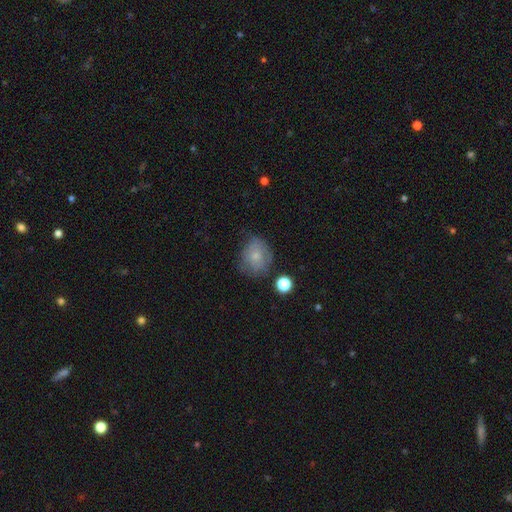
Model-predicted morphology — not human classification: smooth 68%, featured or disk 22%, star or artifact 10%. Down the decision tree: how rounded — round (62%); merging — none (55%).